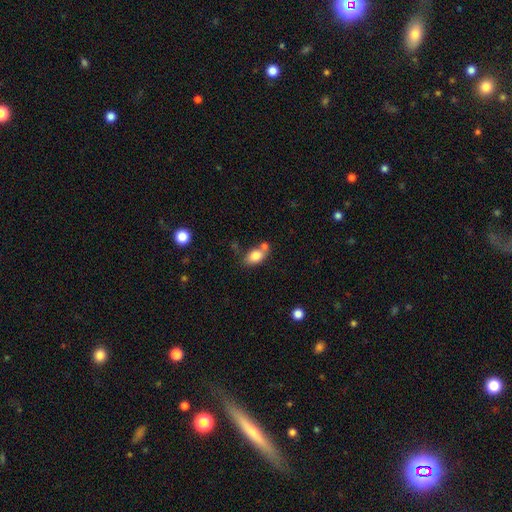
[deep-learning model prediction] smooth_or_featured: smooth (p=0.81) [alt: featured or disk p=0.11]
how_rounded: in between (p=0.83) [alt: round p=0.15]
merging: none (p=0.54) [alt: merger p=0.27]